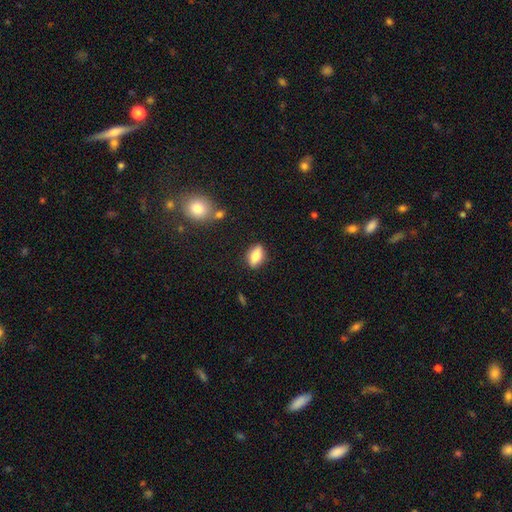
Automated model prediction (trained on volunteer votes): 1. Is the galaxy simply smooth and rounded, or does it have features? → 72% smooth, 20% featured or disk, 8% star or artifact.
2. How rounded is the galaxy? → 80% in between, 12% cigar-shaped, 8% round.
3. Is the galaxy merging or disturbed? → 85% none, 11% minor disturbance, 3% major disturbance, 2% merger.